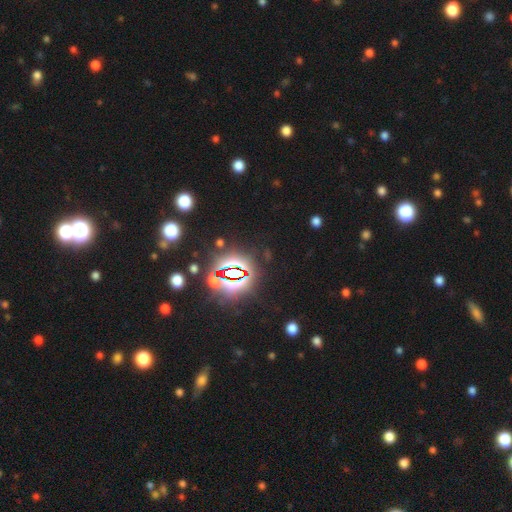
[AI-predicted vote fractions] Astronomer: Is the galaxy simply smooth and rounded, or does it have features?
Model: star or artifact — 82%.